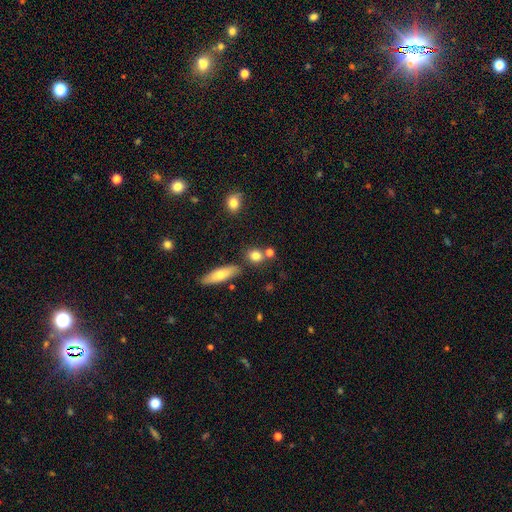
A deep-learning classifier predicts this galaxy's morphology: A smooth galaxy with no disk features (78%) that is round (68%). Merging: none (64%).